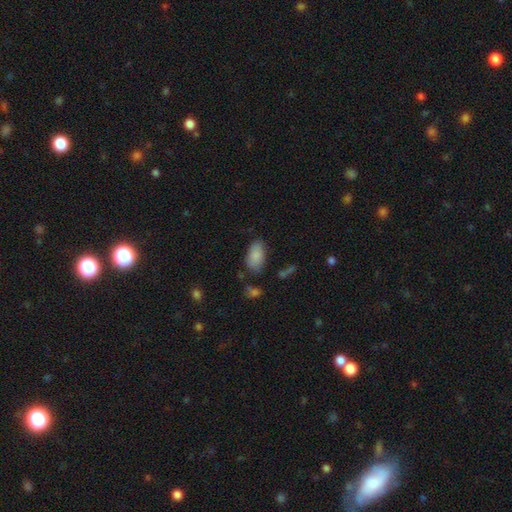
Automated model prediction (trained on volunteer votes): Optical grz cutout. It shows a smooth galaxy with no disk features (87%) that is in between round and cigar-shaped (94%). Merging: none (73%).